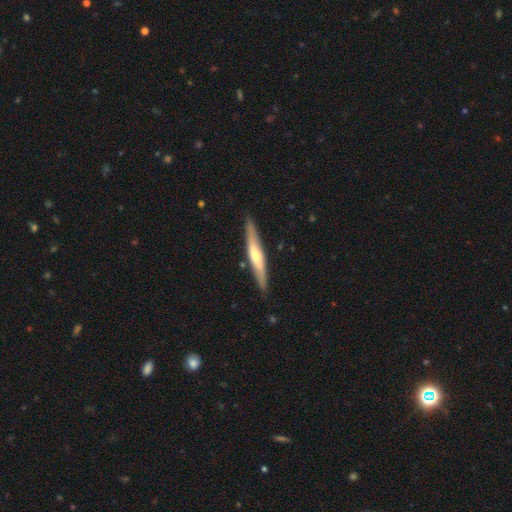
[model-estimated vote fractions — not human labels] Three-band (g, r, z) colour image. It shows a featured or disk galaxy (57%) viewed edge-on (89%) with a rounded central bulge (68%). Merging: none (86%).